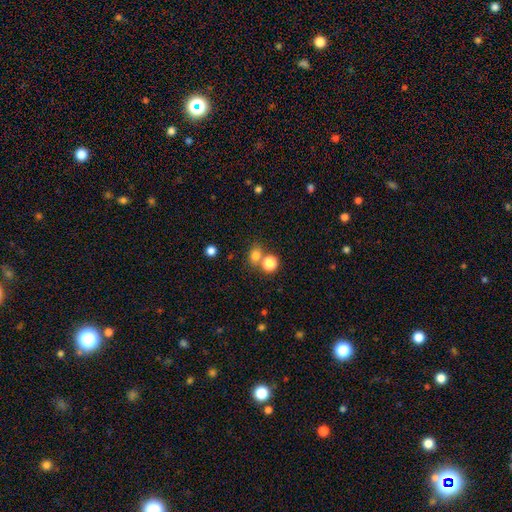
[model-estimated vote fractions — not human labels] The model was most divided on "how rounded": round: 55%, in between: 43%, cigar-shaped: 1%. More confident: smooth or featured — smooth (76%); merging — none (56%).